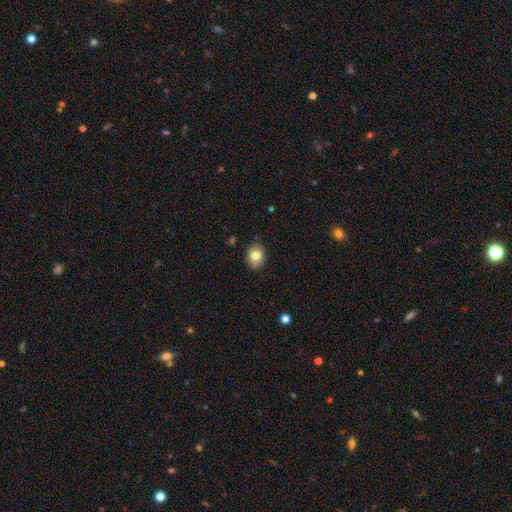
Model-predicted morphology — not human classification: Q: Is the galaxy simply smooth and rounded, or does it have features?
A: smooth — 79%.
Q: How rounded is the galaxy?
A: in between — 54%.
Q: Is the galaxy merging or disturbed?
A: none — 81%.